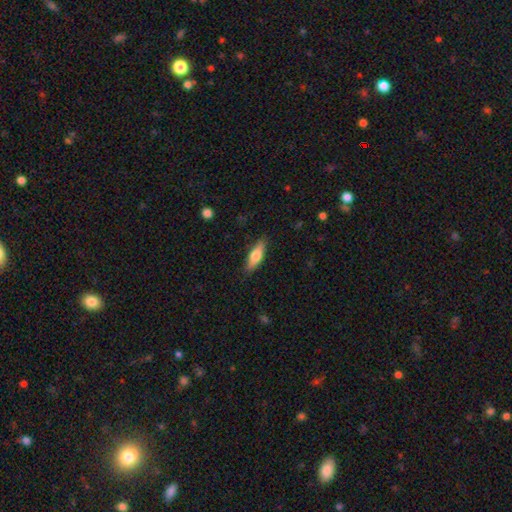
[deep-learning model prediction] This is likely a smooth galaxy (69%). How rounded: possibly in between (52%). Merging: clearly none (85%).